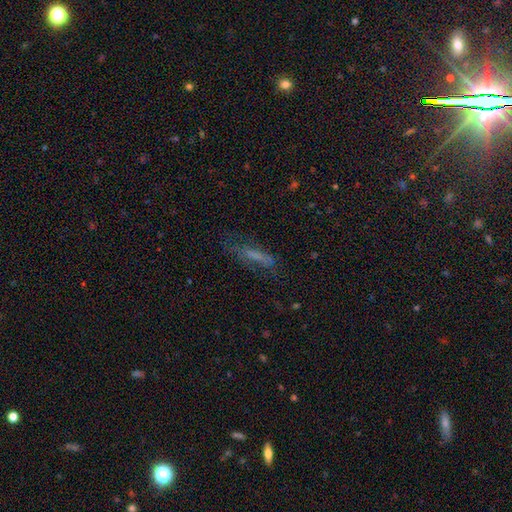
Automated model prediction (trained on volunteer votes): Morphology: type=smooth (49%); merging=none (60%).